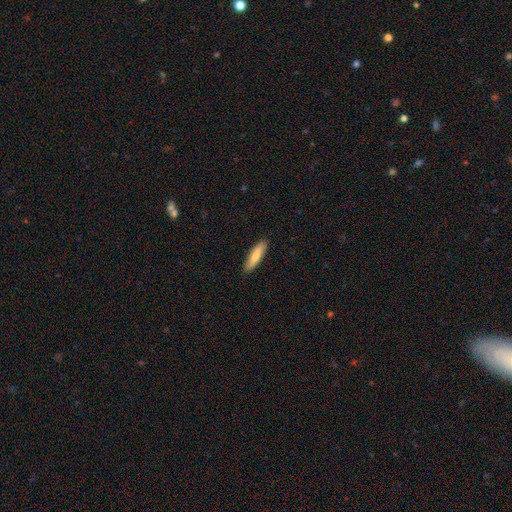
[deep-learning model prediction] Smooth or featured?
  - smooth: 77% *
  - featured or disk: 18%
  - star or artifact: 5%
How rounded?
  - cigar-shaped: 74% *
  - in between: 25%
  - round: 1%
Merging?
  - none: 87% *
  - minor disturbance: 10%
  - major disturbance: 2%
  - merger: 1%